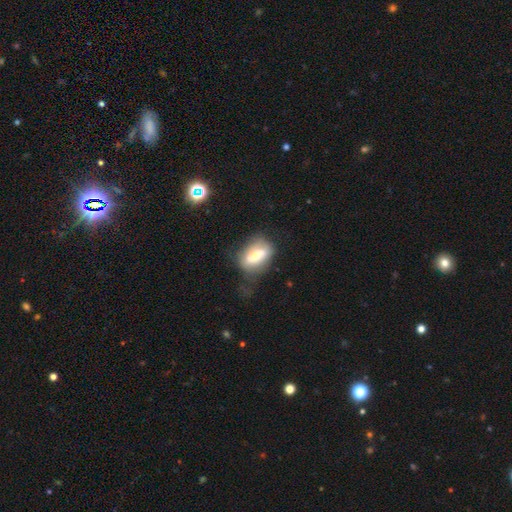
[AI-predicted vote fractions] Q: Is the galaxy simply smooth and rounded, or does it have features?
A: smooth — 66%.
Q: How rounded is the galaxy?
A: in between — 81%.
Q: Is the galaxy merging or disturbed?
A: none — 46%.